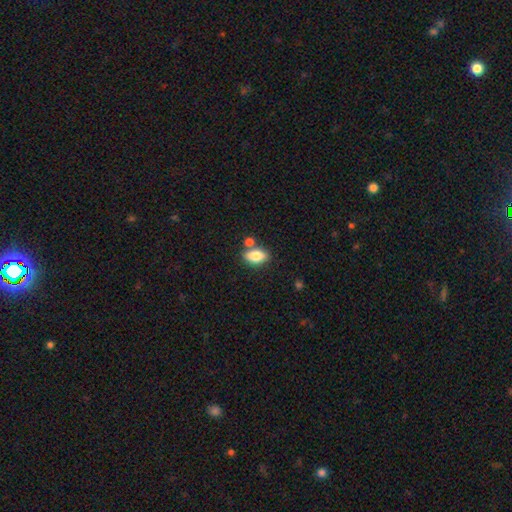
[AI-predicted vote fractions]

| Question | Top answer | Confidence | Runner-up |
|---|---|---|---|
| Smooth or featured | smooth | 81% | featured or disk (11%) |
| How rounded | in between | 86% | round (9%) |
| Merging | none | 70% | merger (16%) |